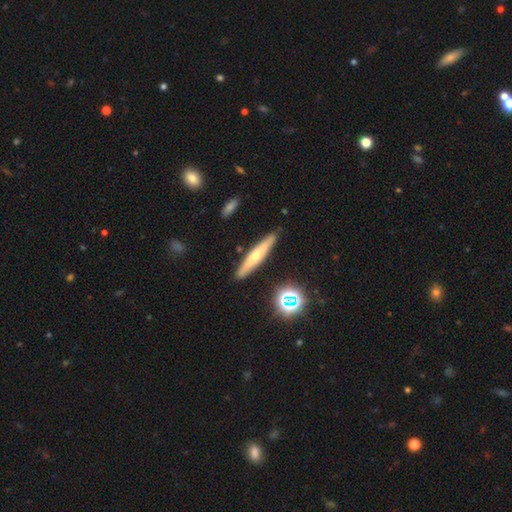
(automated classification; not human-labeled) smooth-or-featured: featured or disk: 47% | smooth: 43% | star or artifact: 9%
  merging: none: 87% | minor disturbance: 9% | merger: 2% | major disturbance: 2%